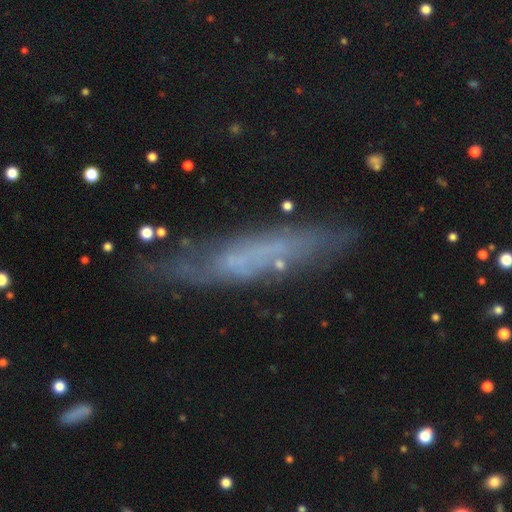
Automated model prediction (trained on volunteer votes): Overall: featured or disk (52%; smooth 36%). Edge-on disk: yes (53%; no 47%). Merging: none (65%).